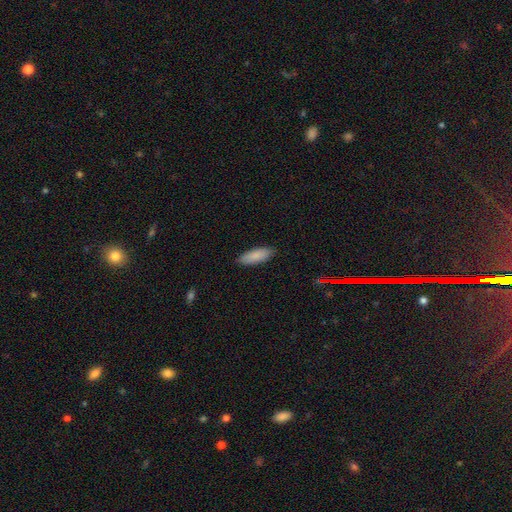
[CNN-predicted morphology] Smooth or featured? smooth (87%)
How rounded? in between (66%)
Merging? none (87%)